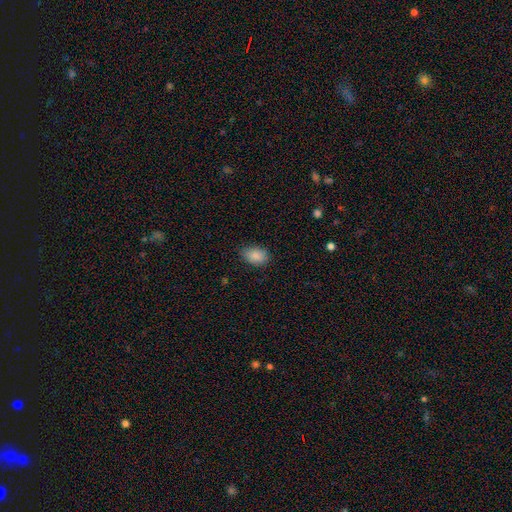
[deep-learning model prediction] Overall: smooth (88%). How rounded: in between (83%). Merging: none (81%).